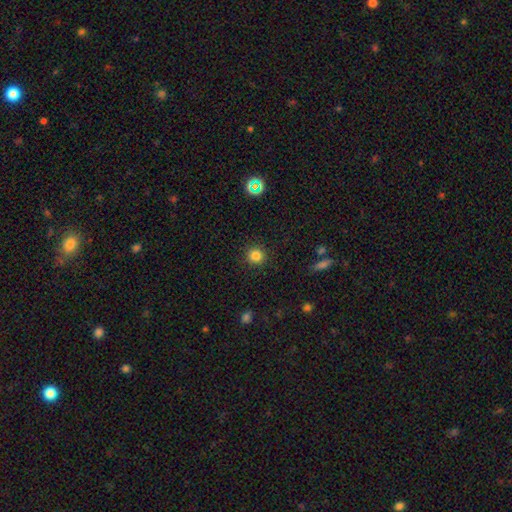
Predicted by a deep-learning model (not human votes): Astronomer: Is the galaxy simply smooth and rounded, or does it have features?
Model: smooth — 82%.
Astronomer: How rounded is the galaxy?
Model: round — 93%.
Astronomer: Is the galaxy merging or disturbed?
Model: none — 91%.